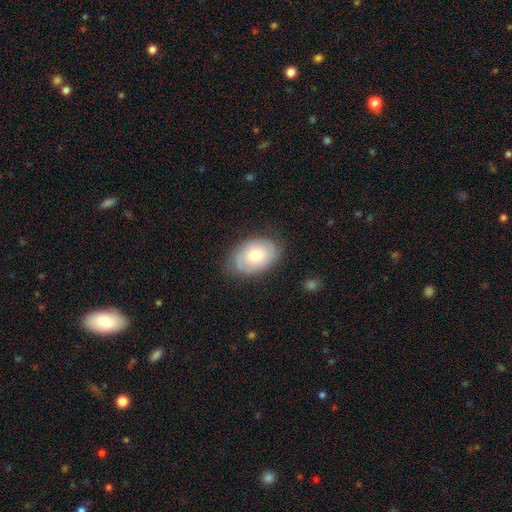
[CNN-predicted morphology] This appears to be a smooth galaxy with no disk features (64%) that is in between round and cigar-shaped (82%). Merging: none (76%).